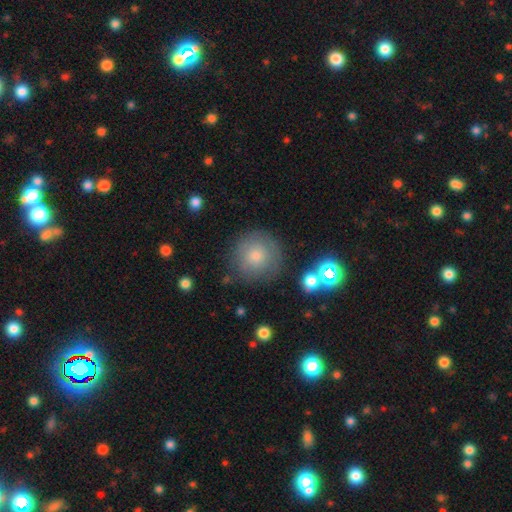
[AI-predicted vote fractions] Smooth or featured? Predicted: smooth (p=0.71). How rounded? Predicted: round (p=0.95). Merging? Predicted: none (p=0.81).